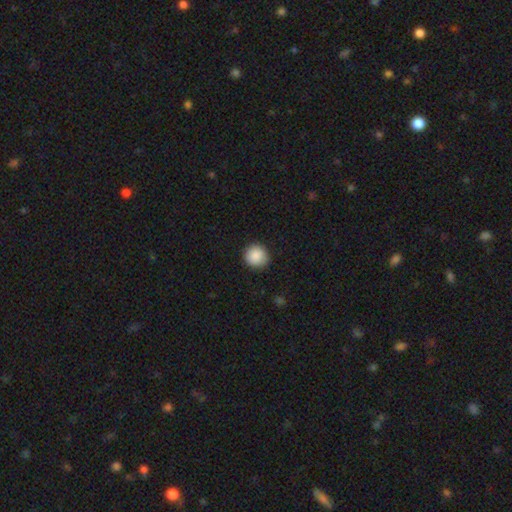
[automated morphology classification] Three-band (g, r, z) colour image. It shows a smooth galaxy with no disk features (89%) that is round (93%). Merging: none (90%).